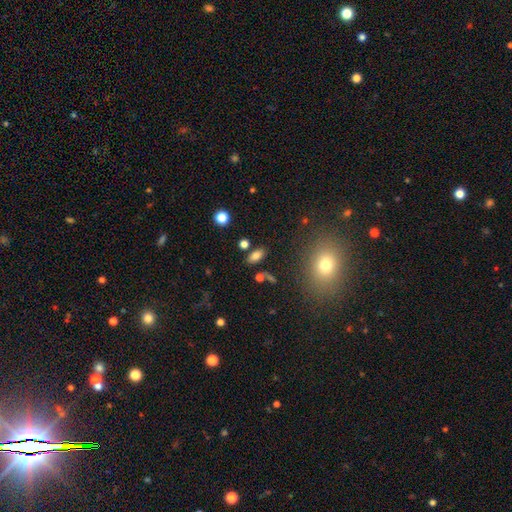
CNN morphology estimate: Smooth or featured: smooth — 80% (star or artifact — 11%)
How rounded: in between — 89% (round — 6%)
Merging: none — 81% (minor disturbance — 10%)